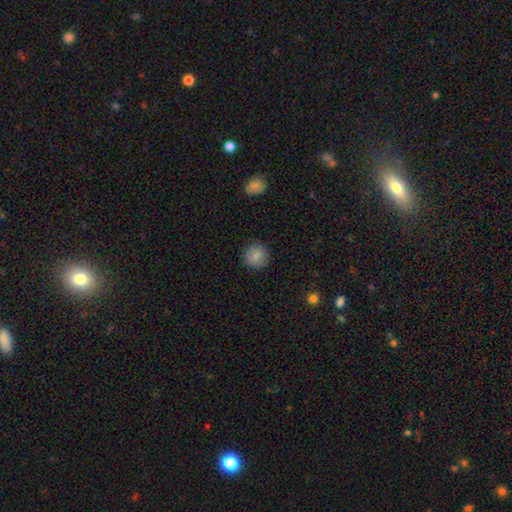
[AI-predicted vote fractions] This is clearly a smooth galaxy (86%). How rounded: clearly round (92%). Merging: clearly none (87%).